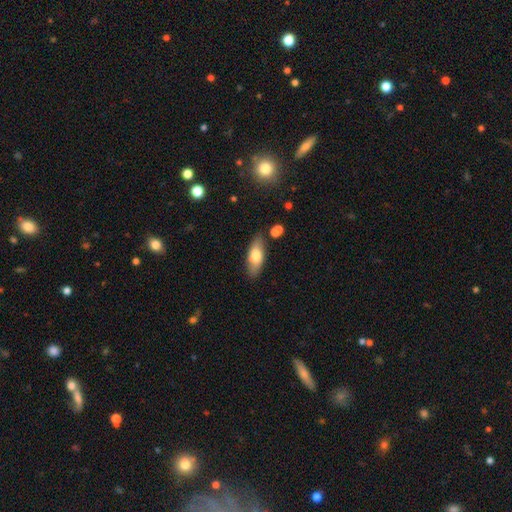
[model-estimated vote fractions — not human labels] Smooth or featured? Predicted: smooth (p=0.70). How rounded? Predicted: in between (p=0.74). Merging? Predicted: none (p=0.80).